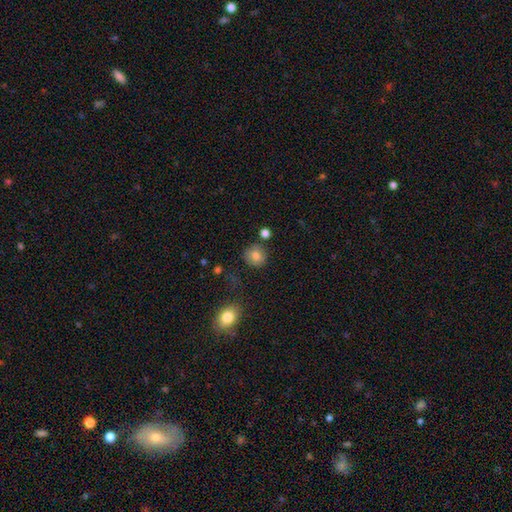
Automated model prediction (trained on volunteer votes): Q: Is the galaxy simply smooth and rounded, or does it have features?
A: smooth — 82%.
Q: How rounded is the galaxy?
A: round — 86%.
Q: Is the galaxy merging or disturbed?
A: none — 80%.